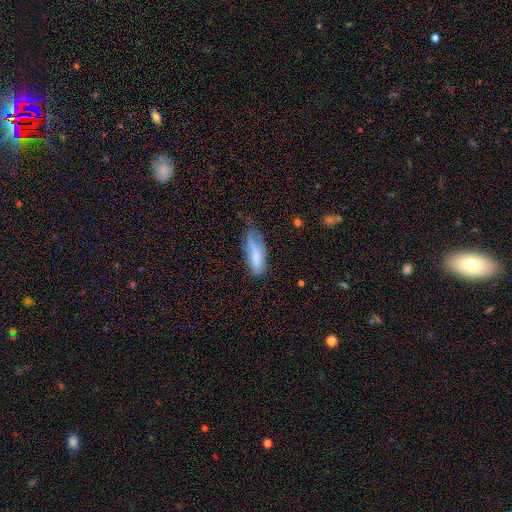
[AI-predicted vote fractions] smooth 69%, featured or disk 24%, star or artifact 7%. Down the decision tree: how rounded — in between (65%); merging — minor disturbance (43%).